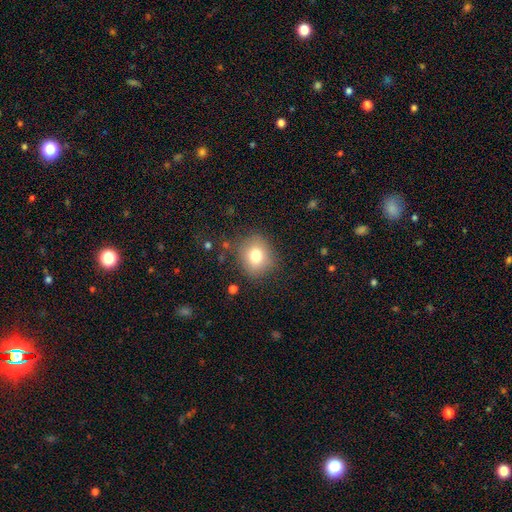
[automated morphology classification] smooth-or-featured: smooth: 77% | featured or disk: 12% | star or artifact: 11%
  how-rounded: round: 71% | in between: 28% | cigar-shaped: 1%
  merging: none: 82% | minor disturbance: 12% | major disturbance: 4% | merger: 2%